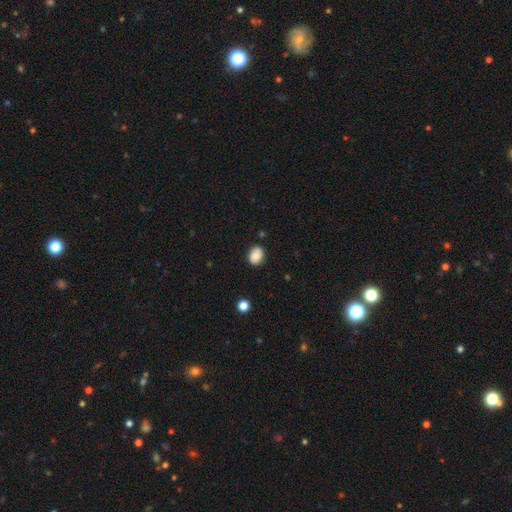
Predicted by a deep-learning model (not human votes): Morphology: type=smooth (81%); roundness=in between (60%); merging=none (80%).